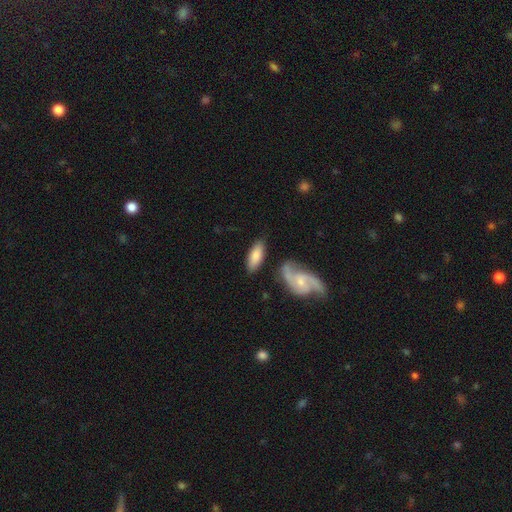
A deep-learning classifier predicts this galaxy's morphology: A smooth galaxy with no disk features (74%) that is in between round and cigar-shaped (79%).

Vote fractions:
- Smooth or featured? smooth: 74% / featured or disk: 21% / star or artifact: 5%
- How rounded? in between: 79% / cigar-shaped: 18% / round: 2%
- Merging? none: 70% / minor disturbance: 15% / merger: 11% / major disturbance: 4%